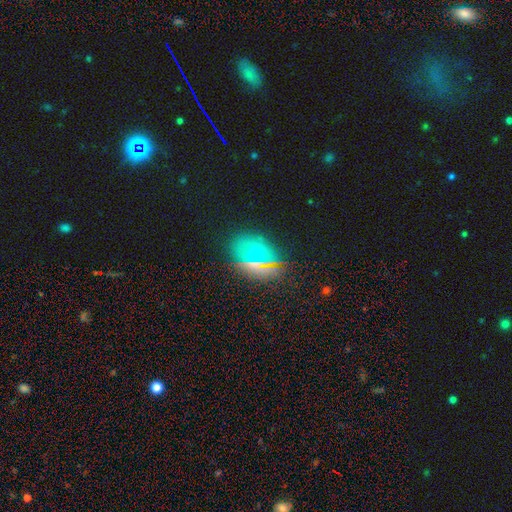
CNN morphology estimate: A smooth galaxy with no disk features (57%) that is in between round and cigar-shaped (58%).

Vote fractions:
- Smooth or featured? smooth: 57% / star or artifact: 26% / featured or disk: 17%
- How rounded? in between: 58% / round: 39% / cigar-shaped: 3%
- Merging? none: 79% / minor disturbance: 12% / major disturbance: 5% / merger: 4%